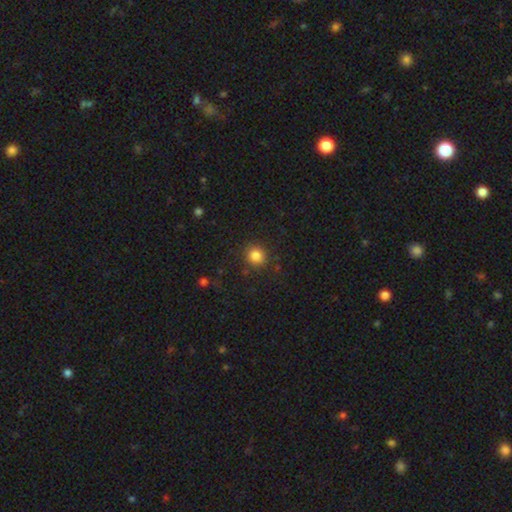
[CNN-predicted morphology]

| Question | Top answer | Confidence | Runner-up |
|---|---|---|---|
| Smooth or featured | smooth | 84% | star or artifact (11%) |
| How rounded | round | 86% | in between (13%) |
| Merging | none | 87% | minor disturbance (9%) |